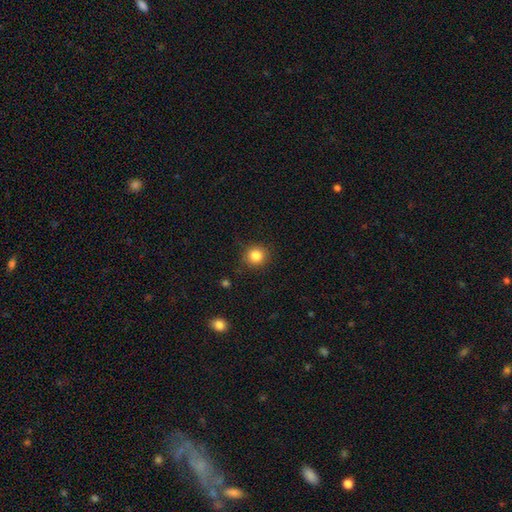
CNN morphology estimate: A smooth galaxy with no disk features (84%) that is round (91%).

Vote fractions:
- Smooth or featured? smooth: 84% / star or artifact: 11% / featured or disk: 5%
- How rounded? round: 91% / in between: 8% / cigar-shaped: 1%
- Merging? none: 87% / minor disturbance: 9% / major disturbance: 3% / merger: 1%